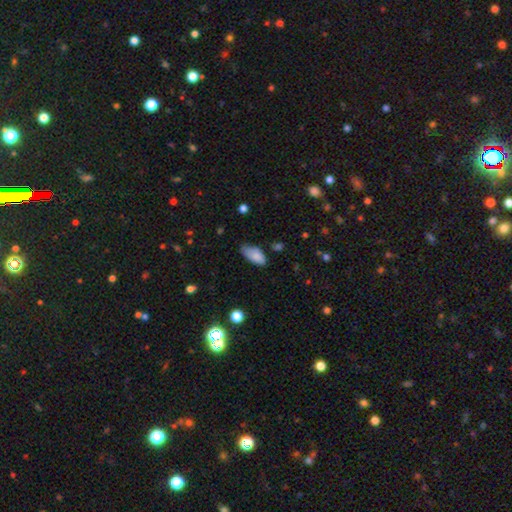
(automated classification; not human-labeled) smooth_or_featured: smooth (p=0.83) [alt: featured or disk p=0.09]
how_rounded: in between (p=0.93) [alt: cigar-shaped p=0.04]
merging: none (p=0.52) [alt: minor disturbance p=0.38]